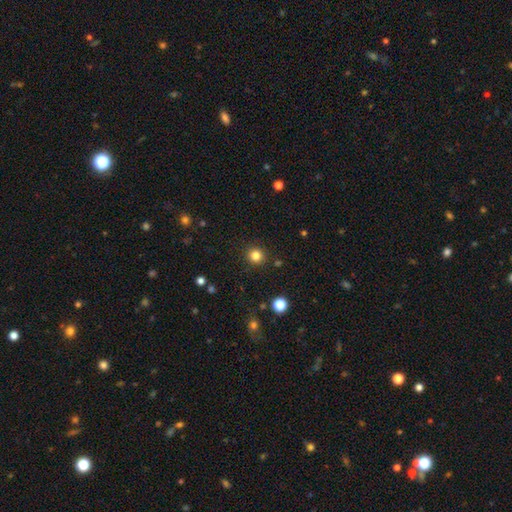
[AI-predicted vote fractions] This is clearly a smooth galaxy (82%). How rounded: clearly round (92%). Merging: clearly none (91%).